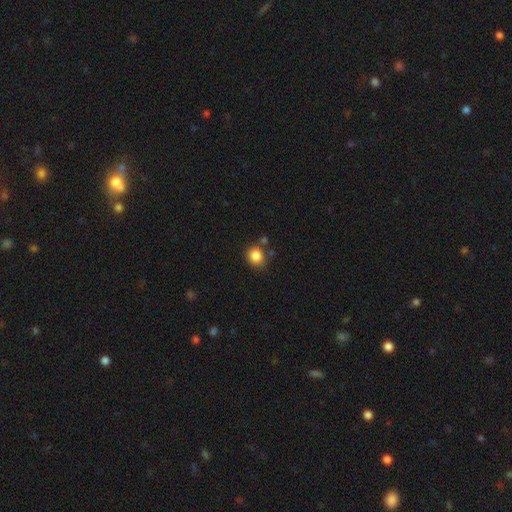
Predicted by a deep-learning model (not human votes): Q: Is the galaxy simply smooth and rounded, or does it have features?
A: smooth — 85%.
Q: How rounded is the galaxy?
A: round — 79%.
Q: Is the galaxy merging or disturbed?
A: none — 77%.